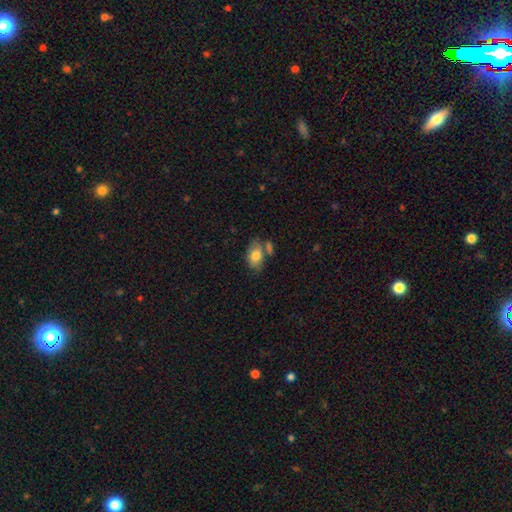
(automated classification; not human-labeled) The model was most divided on "merging": none: 57%, merger: 20%, minor disturbance: 18%, major disturbance: 5%. More confident: how rounded — in between (86%); smooth or featured — smooth (79%).